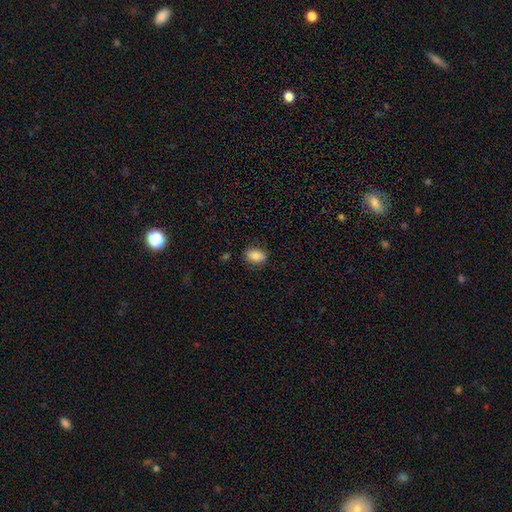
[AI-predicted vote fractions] Smooth or featured? Predicted: smooth (p=0.84). How rounded? Predicted: in between (p=0.84). Merging? Predicted: none (p=0.82).